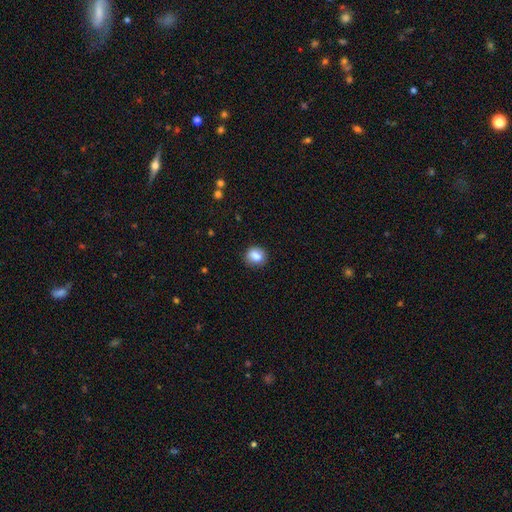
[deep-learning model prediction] smooth 84%, star or artifact 9%, featured or disk 7%. Down the decision tree: how rounded — round (68%); merging — none (78%).